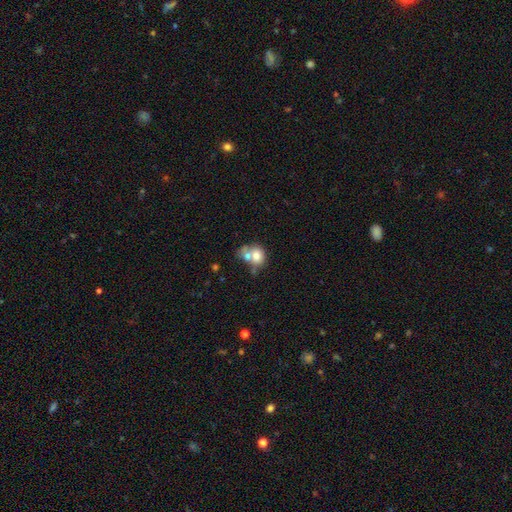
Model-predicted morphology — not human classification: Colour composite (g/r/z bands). It shows a smooth galaxy with no disk features (68%) that is round (56%). Merging: merger (61%).